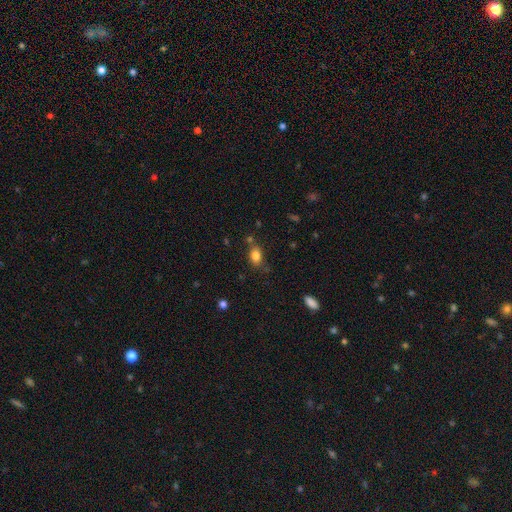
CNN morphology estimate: smooth_or_featured: smooth (p=0.82) [alt: star or artifact p=0.11]
how_rounded: in between (p=0.76) [alt: round p=0.21]
merging: none (p=0.72) [alt: minor disturbance p=0.16]